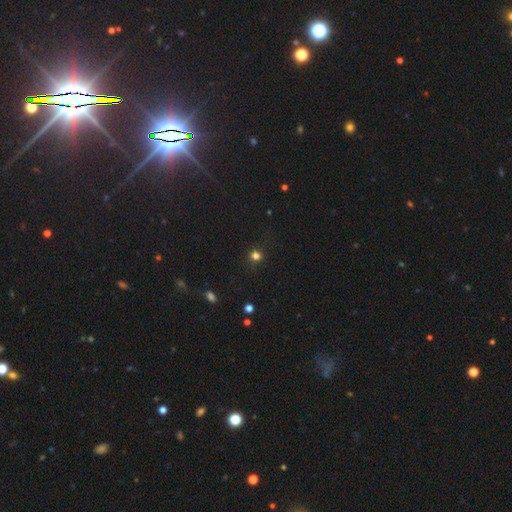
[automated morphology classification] This appears to be a smooth galaxy with no disk features (73%) that is round (86%). Merging: none (85%).